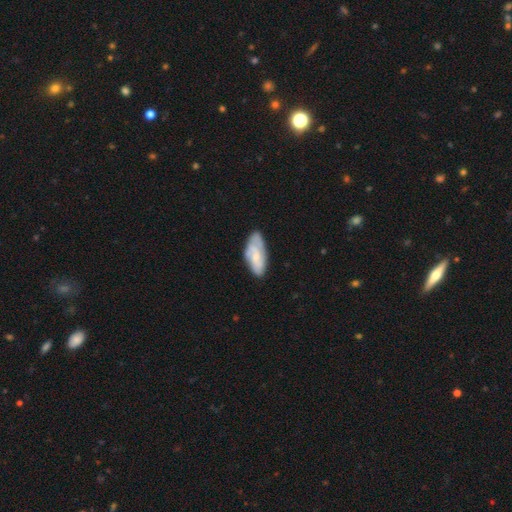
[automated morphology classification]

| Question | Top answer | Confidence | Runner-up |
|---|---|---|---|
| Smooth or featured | featured or disk | 47% | tied: smooth (47%) |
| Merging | none | 64% | minor disturbance (26%) |